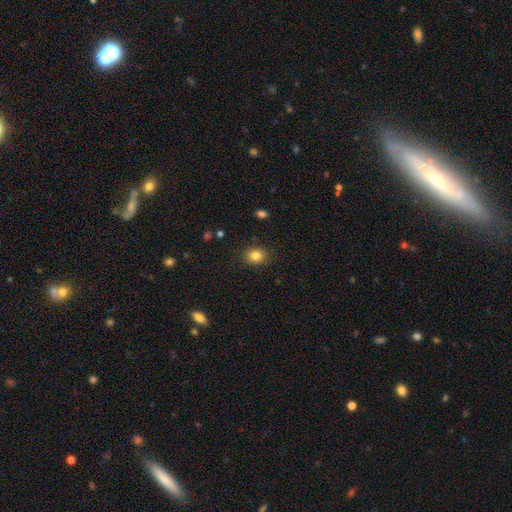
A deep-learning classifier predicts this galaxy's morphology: This appears to be a smooth galaxy with no disk features (83%) that is round (58%). Merging: none (86%).